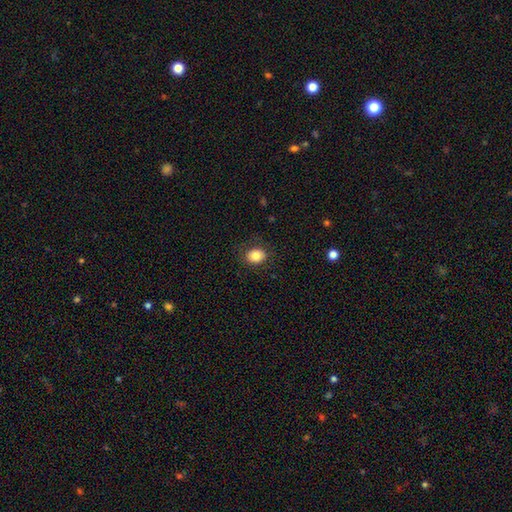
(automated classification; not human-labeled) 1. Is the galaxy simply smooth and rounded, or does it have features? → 82% smooth, 10% star or artifact, 8% featured or disk.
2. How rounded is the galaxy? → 54% round, 45% in between, 1% cigar-shaped.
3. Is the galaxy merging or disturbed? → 84% none, 11% minor disturbance, 4% major disturbance, 1% merger.